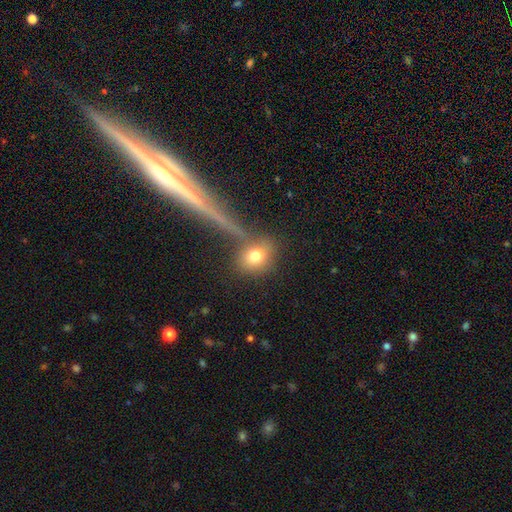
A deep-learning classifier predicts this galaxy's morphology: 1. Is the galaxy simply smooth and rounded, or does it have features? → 74% smooth, 13% star or artifact, 13% featured or disk.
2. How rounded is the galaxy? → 68% round, 27% in between, 5% cigar-shaped.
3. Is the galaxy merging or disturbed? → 67% none, 14% merger, 11% minor disturbance, 7% major disturbance.